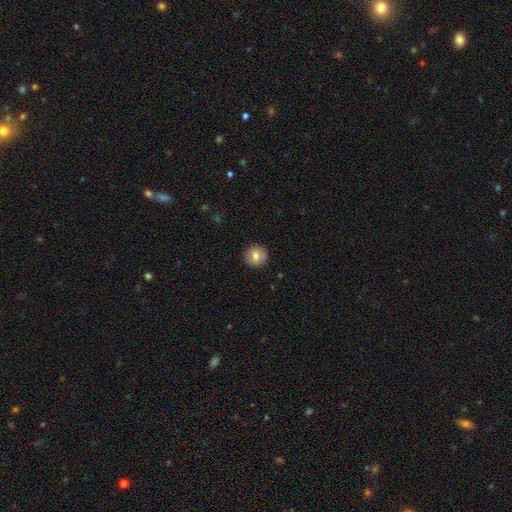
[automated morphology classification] smooth_or_featured: smooth (p=0.77) [alt: featured or disk p=0.15]
how_rounded: round (p=0.93) [alt: in between p=0.06]
merging: none (p=0.89) [alt: minor disturbance p=0.08]